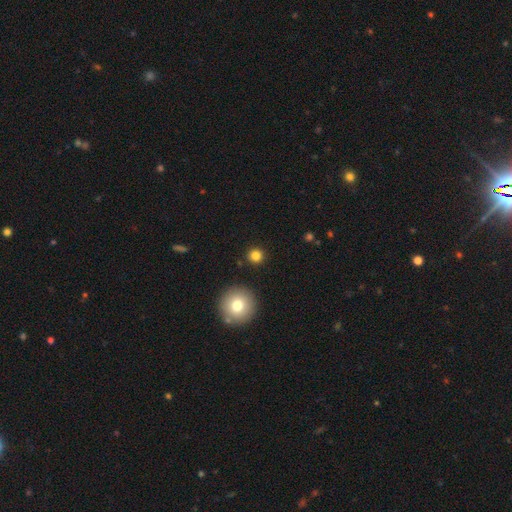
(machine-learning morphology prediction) This appears to be a smooth galaxy with no disk features (81%) that is round (94%). Merging: none (90%).